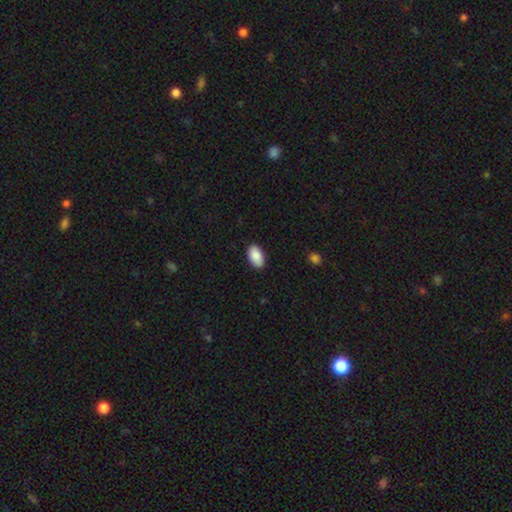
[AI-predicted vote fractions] This appears to be a smooth galaxy with no disk features (89%) that is in between round and cigar-shaped (95%). Merging: none (88%).